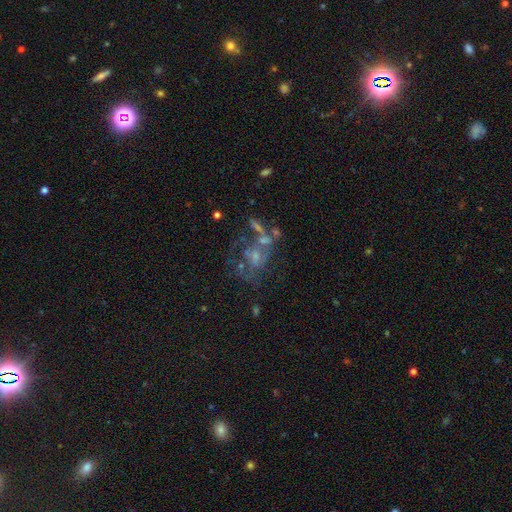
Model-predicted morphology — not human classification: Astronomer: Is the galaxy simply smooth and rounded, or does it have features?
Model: featured or disk — 57%.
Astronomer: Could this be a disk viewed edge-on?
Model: no — 96%.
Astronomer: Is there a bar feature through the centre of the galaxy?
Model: no — 74%.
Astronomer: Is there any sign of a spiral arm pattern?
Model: yes — 57% (runner-up: no, 43%).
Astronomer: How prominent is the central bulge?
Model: small — 43% (runner-up: moderate, 32%).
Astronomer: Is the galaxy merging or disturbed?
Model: none — 44% (runner-up: merger, 21%).